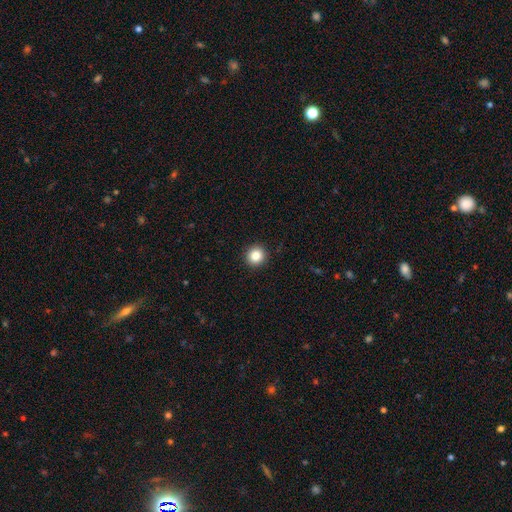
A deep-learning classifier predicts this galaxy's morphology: smooth_or_featured: smooth (p=0.84) [alt: star or artifact p=0.11]
how_rounded: round (p=0.94) [alt: in between p=0.05]
merging: none (p=0.93) [alt: minor disturbance p=0.04]